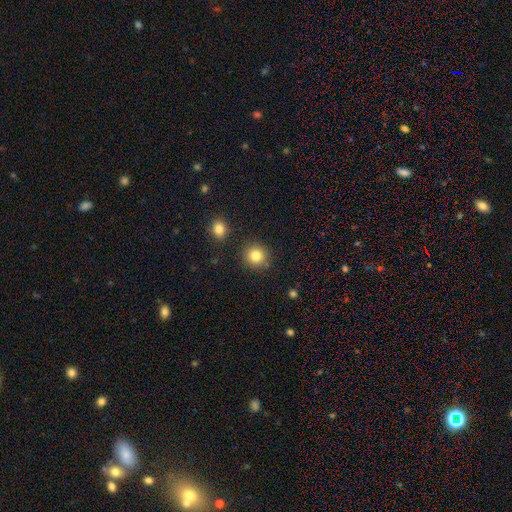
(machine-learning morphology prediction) smooth-or-featured: smooth: 84% | star or artifact: 10% | featured or disk: 6%
  how-rounded: round: 92% | in between: 7% | cigar-shaped: 1%
  merging: none: 86% | minor disturbance: 8% | merger: 4% | major disturbance: 2%